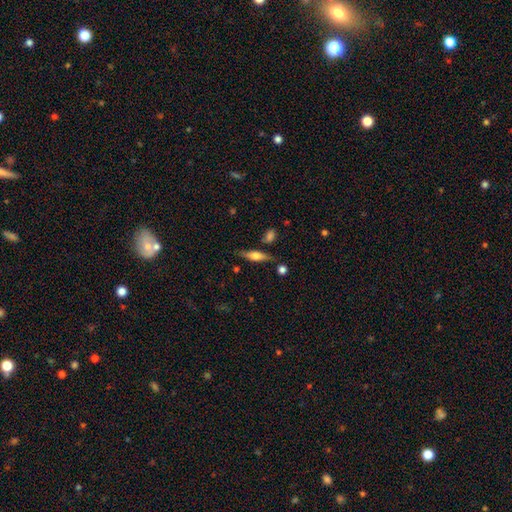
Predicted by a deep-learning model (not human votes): featured or disk 48%, smooth 45%, star or artifact 7%. Down the decision tree: merging — none (75%).